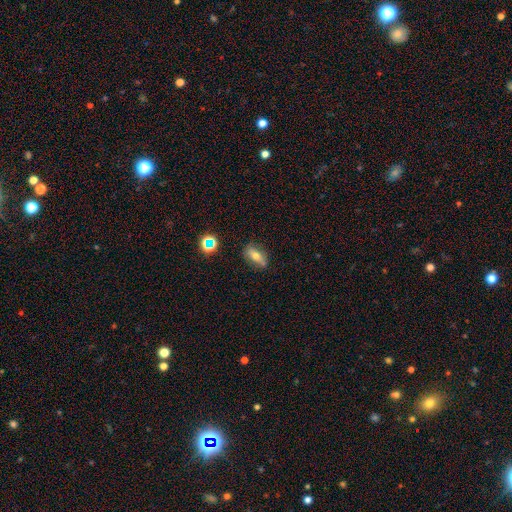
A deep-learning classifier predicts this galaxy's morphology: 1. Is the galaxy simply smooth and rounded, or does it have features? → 55% smooth, 33% featured or disk, 13% star or artifact.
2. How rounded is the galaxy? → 71% in between, 17% cigar-shaped, 11% round.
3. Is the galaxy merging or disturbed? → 78% none, 16% minor disturbance, 4% major disturbance, 3% merger.